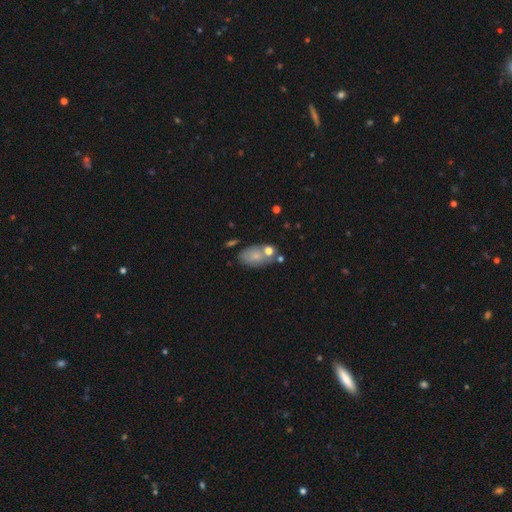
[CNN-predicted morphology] type=smooth (71%); roundness=in between (90%); merging=none (58%).